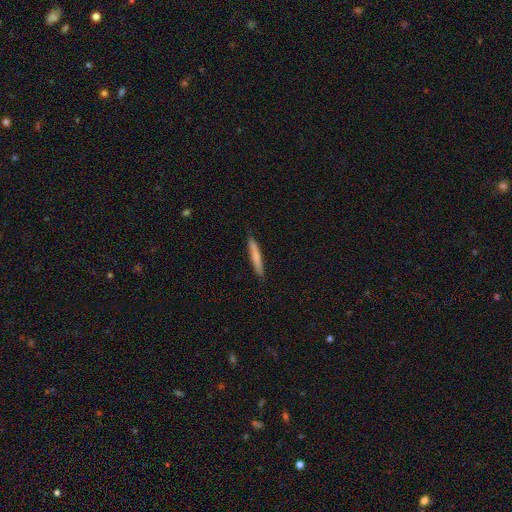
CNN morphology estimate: type=smooth (66%); roundness=cigar-shaped (95%); merging=none (88%).